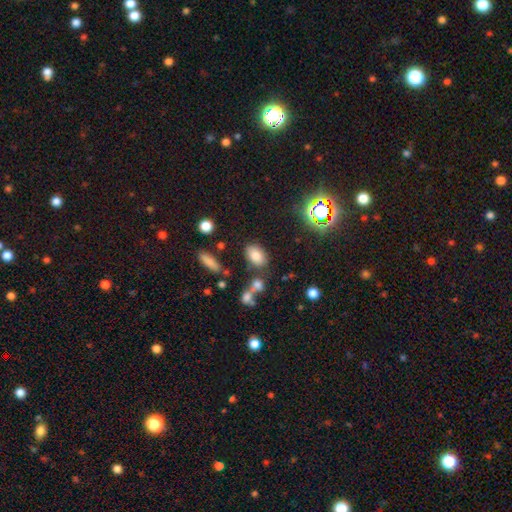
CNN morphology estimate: A smooth galaxy with no disk features (77%) that is in between round and cigar-shaped (84%). Merging: none (76%).